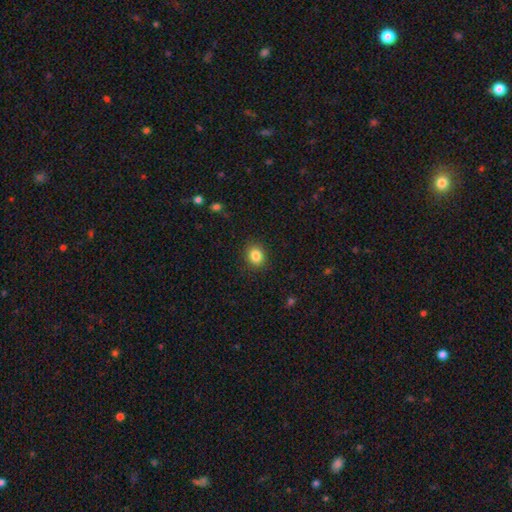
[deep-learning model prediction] A smooth galaxy with no disk features (85%) that is round (67%).

Vote fractions:
- Smooth or featured? smooth: 85% / star or artifact: 10% / featured or disk: 5%
- How rounded? round: 67% / in between: 33% / cigar-shaped: 1%
- Merging? none: 89% / minor disturbance: 7% / major disturbance: 2% / merger: 1%